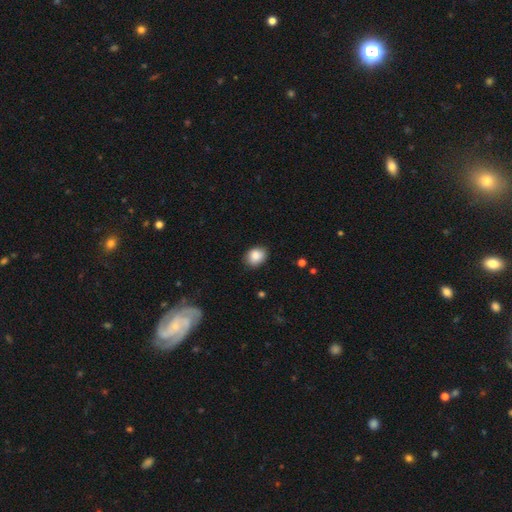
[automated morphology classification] Overall: smooth (87%). How rounded: in between (58%; round 41%). Merging: none (83%).